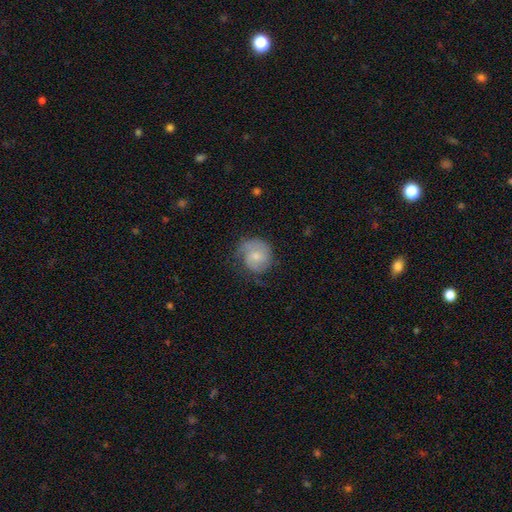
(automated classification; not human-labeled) Morphology: type=featured or disk (51%); edge-on=no (98%); bar=no (68%); spiral arms=yes (84%); bulge=small (49%); merging=none (57%).